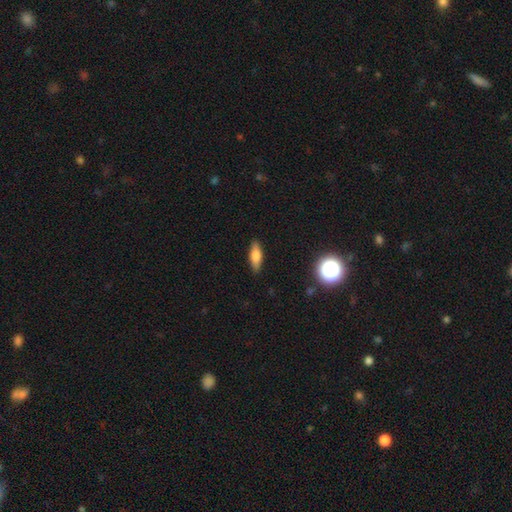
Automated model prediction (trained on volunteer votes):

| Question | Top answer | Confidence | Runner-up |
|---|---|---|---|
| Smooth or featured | smooth | 67% | featured or disk (24%) |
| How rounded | in between | 56% | cigar-shaped (40%) |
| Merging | none | 87% | minor disturbance (9%) |